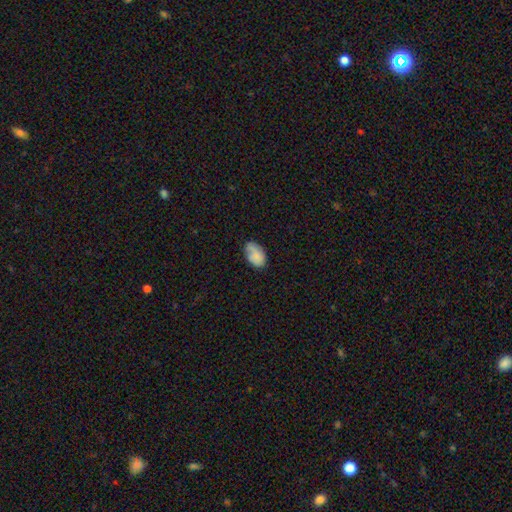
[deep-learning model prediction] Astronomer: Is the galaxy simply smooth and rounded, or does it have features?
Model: smooth — 78%.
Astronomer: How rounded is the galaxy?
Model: in between — 91%.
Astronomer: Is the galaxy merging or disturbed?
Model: none — 60%.